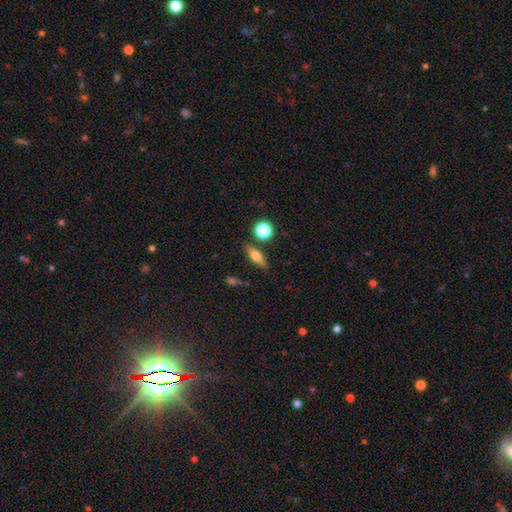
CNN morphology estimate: Smooth or featured: smooth — 60% (featured or disk — 30%)
How rounded: in between — 49% (cigar-shaped — 41%)
Merging: none — 79% (minor disturbance — 12%)